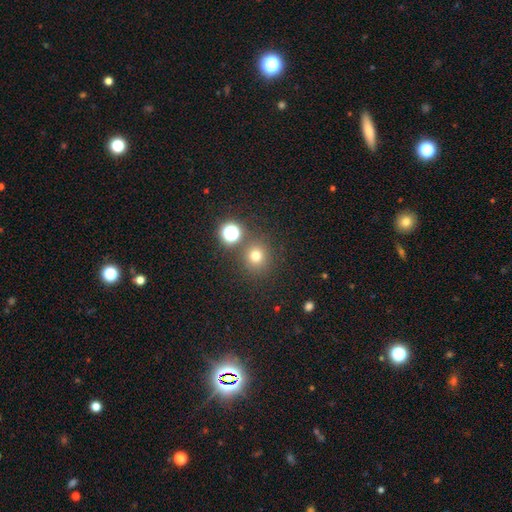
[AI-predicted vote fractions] This appears to be a smooth galaxy with no disk features (72%) that is round (90%). Merging: none (81%).